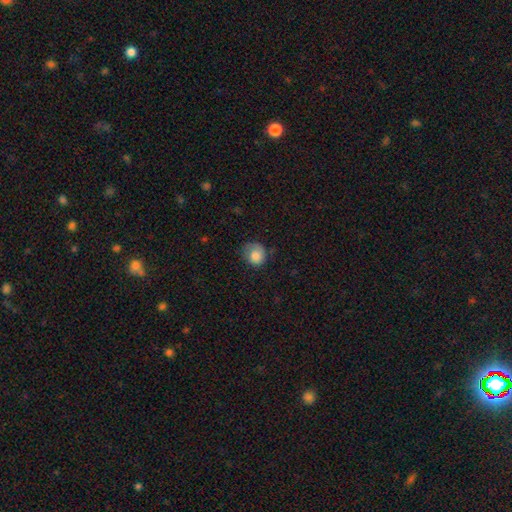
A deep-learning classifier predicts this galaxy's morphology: Smooth or featured?
  - smooth: 78% *
  - featured or disk: 14%
  - star or artifact: 8%
How rounded?
  - round: 76% *
  - in between: 23%
  - cigar-shaped: 1%
Merging?
  - none: 50% *
  - minor disturbance: 30%
  - major disturbance: 18%
  - merger: 2%